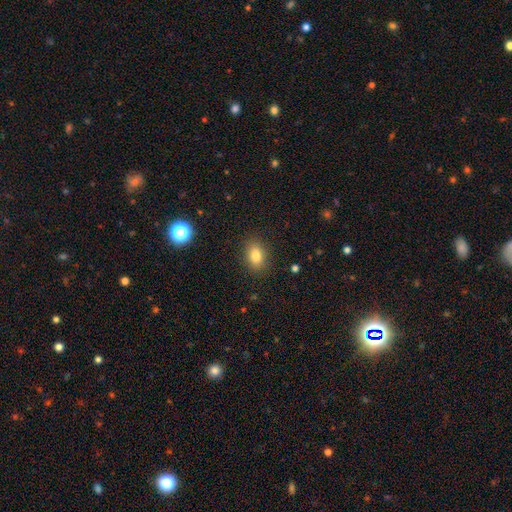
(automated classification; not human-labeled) The model was most divided on "how rounded": in between: 78%, round: 21%, cigar-shaped: 2%. More confident: merging — none (87%); smooth or featured — smooth (82%).